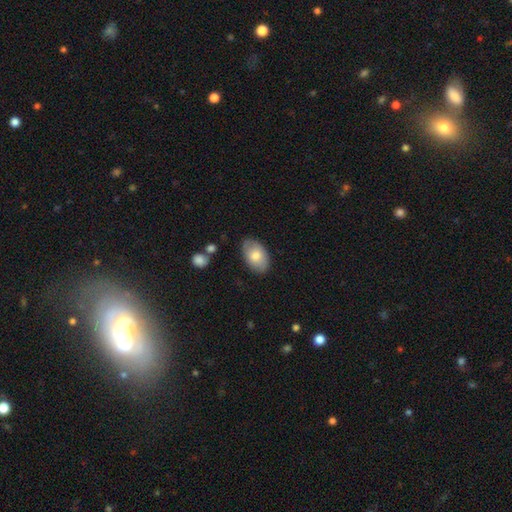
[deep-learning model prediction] The model was most divided on "smooth or featured": smooth: 75%, featured or disk: 19%, star or artifact: 6%. More confident: how rounded — in between (91%); merging — none (81%).